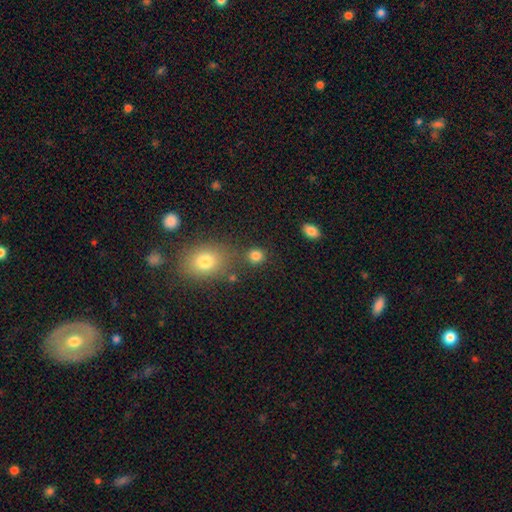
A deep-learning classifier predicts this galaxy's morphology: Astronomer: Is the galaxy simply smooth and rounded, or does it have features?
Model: smooth — 83%.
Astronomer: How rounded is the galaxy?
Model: round — 85%.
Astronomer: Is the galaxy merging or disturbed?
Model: none — 77%.